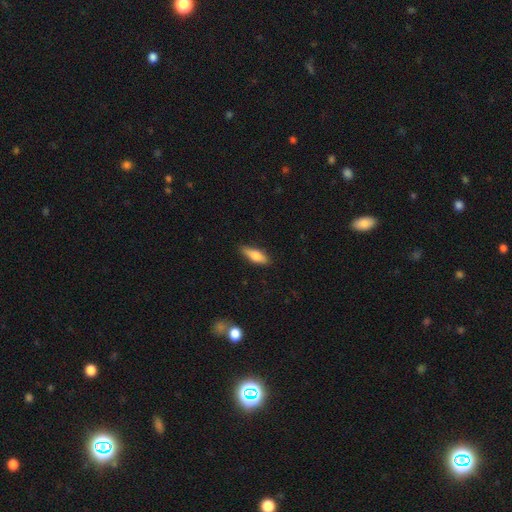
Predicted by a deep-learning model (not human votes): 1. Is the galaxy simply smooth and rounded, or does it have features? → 69% smooth, 24% featured or disk, 6% star or artifact.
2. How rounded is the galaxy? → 54% in between, 43% cigar-shaped, 3% round.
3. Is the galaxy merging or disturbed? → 84% none, 12% minor disturbance, 2% major disturbance, 1% merger.